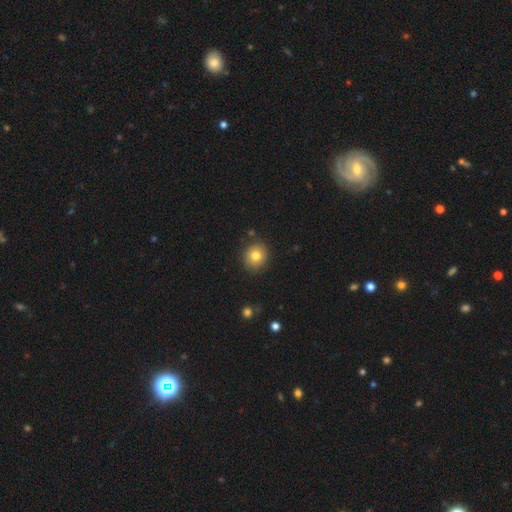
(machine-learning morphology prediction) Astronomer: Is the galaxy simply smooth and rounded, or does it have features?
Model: smooth — 80%.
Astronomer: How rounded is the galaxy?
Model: round — 84%.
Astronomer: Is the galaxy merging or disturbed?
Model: none — 87%.